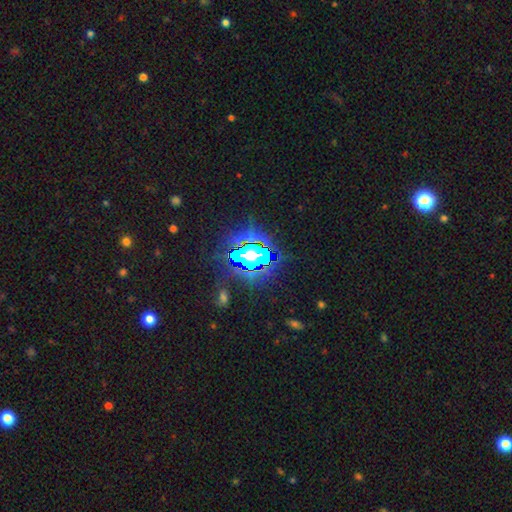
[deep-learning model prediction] smooth_or_featured: star or artifact (p=0.73) [alt: smooth p=0.16]